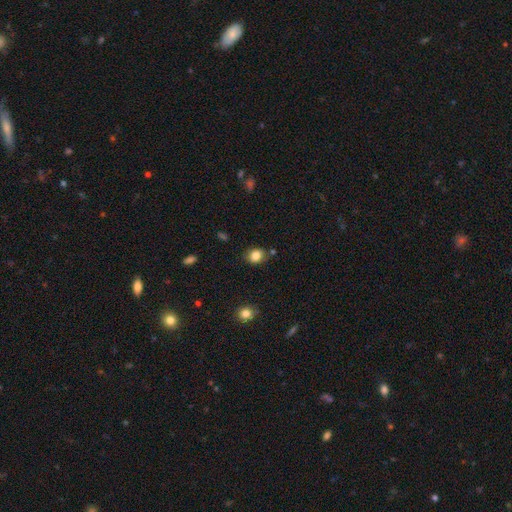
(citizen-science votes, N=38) Smooth or featured? smooth (87%)
How rounded? in between (52%)
Merging? none (82%)